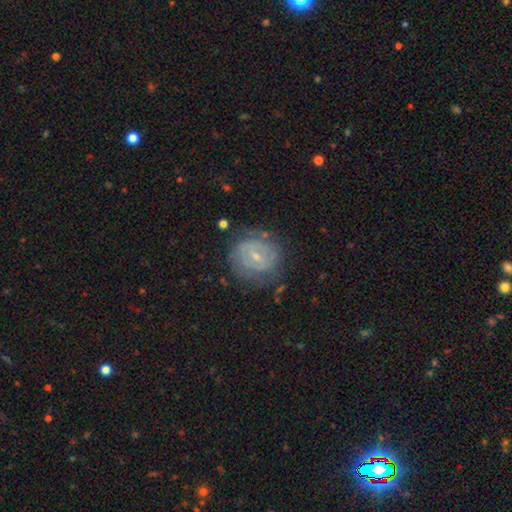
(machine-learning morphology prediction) The model was most divided on "bar": weak: 51%, no: 25%, strong: 24%. More confident: edge-on disk — no (96%); merging — none (72%); bulge size — small (68%); smooth or featured — featured or disk (68%); spiral arms — yes (67%).